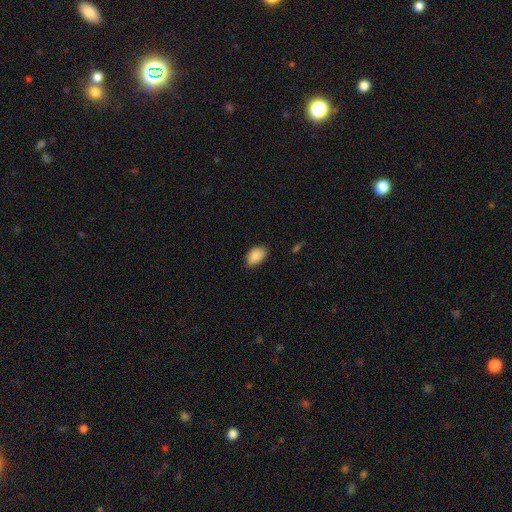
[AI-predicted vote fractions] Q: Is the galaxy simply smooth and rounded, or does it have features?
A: smooth — 90%.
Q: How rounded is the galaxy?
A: in between — 90%.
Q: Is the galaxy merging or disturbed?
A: none — 79%.